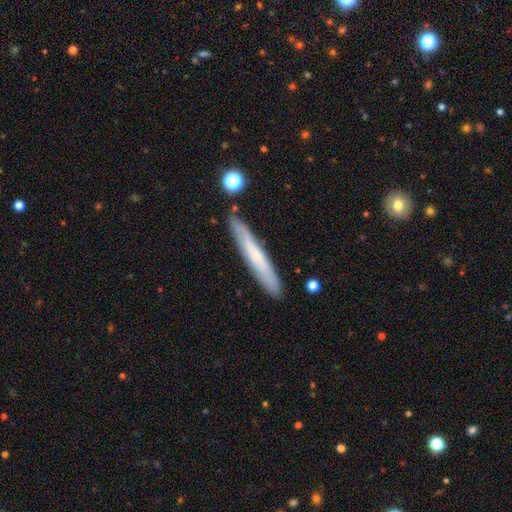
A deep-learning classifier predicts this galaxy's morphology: smooth-or-featured: smooth: 52% | featured or disk: 41% | star or artifact: 7%
  how-rounded: cigar-shaped: 95% | in between: 4% | round: 1%
  merging: none: 86% | minor disturbance: 10% | merger: 2% | major disturbance: 2%